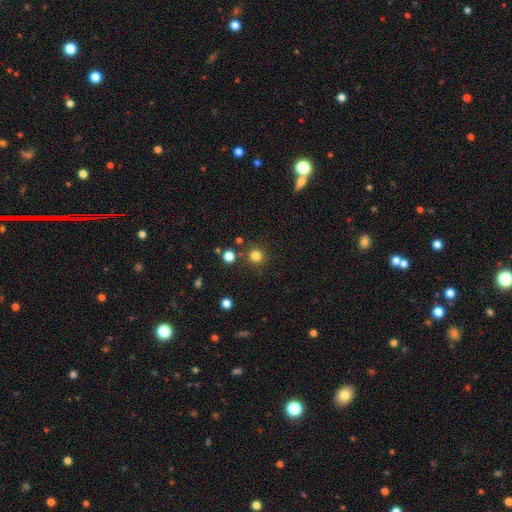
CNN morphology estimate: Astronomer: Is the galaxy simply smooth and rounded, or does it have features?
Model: smooth — 80%.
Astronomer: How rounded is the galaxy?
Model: round — 94%.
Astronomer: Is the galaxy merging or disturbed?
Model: none — 84%.